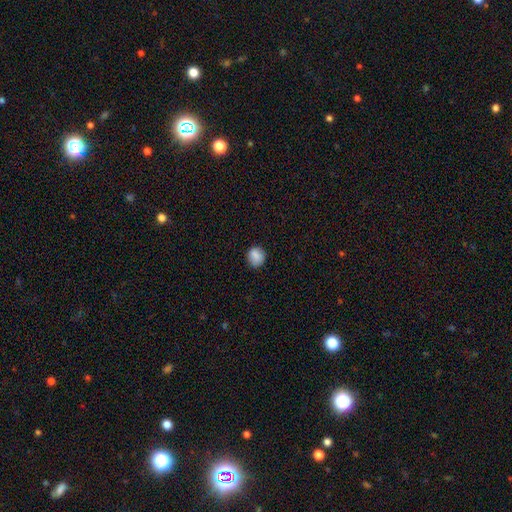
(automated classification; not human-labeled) Q: Smooth or featured?
A: smooth (86%); runner-up: star or artifact (9%)
Q: How rounded?
A: round (80%); runner-up: in between (19%)
Q: Merging?
A: none (83%); runner-up: minor disturbance (13%)